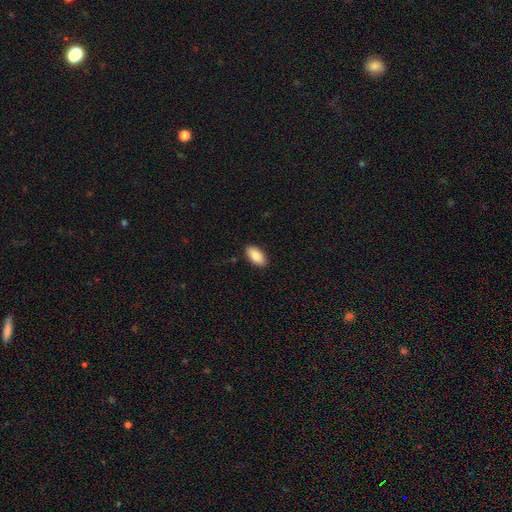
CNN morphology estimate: The model was most divided on "merging": none: 88%, minor disturbance: 9%, major disturbance: 2%, merger: 1%. More confident: how rounded — in between (95%); smooth or featured — smooth (90%).